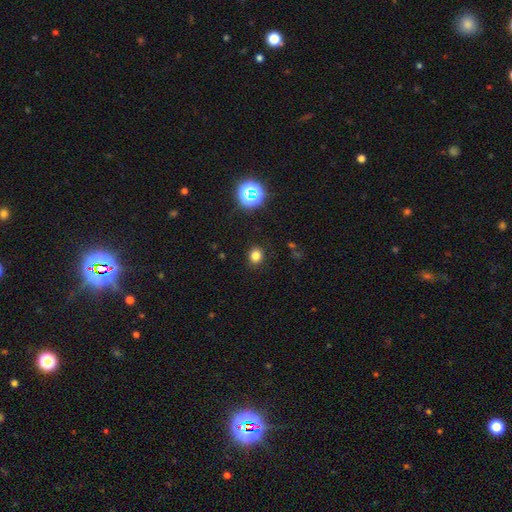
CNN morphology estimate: Smooth or featured?
  - smooth: 78% *
  - star or artifact: 17%
  - featured or disk: 5%
How rounded?
  - round: 75% *
  - in between: 24%
  - cigar-shaped: 1%
Merging?
  - none: 89% *
  - minor disturbance: 7%
  - major disturbance: 3%
  - merger: 1%